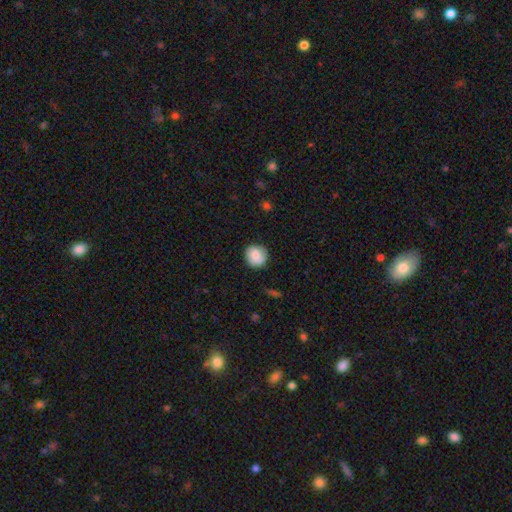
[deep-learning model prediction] The model was most divided on "smooth or featured": smooth: 77%, featured or disk: 16%, star or artifact: 7%. More confident: how rounded — round (91%); merging — none (83%).